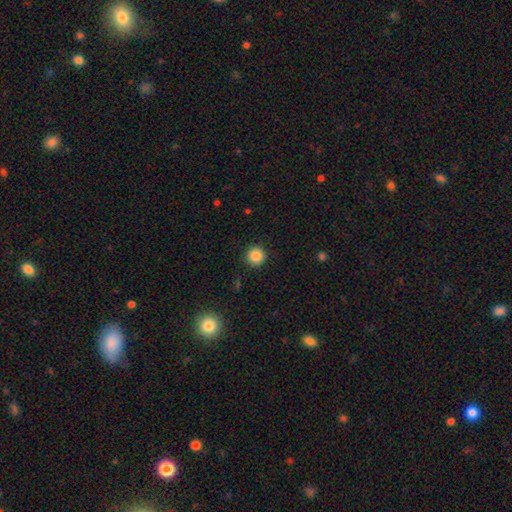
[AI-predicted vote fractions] smooth-or-featured: smooth: 86% | star or artifact: 10% | featured or disk: 4%
  how-rounded: round: 95% | in between: 4% | cigar-shaped: 1%
  merging: none: 92% | minor disturbance: 5% | major disturbance: 2% | merger: 1%